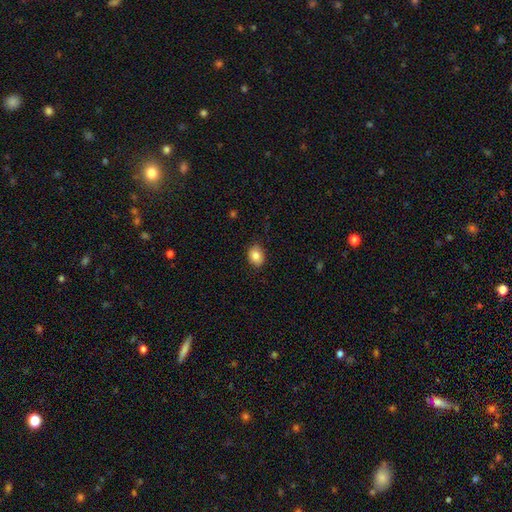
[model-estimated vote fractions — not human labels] Smooth or featured? smooth (84%)
How rounded? in between (63%)
Merging? none (86%)